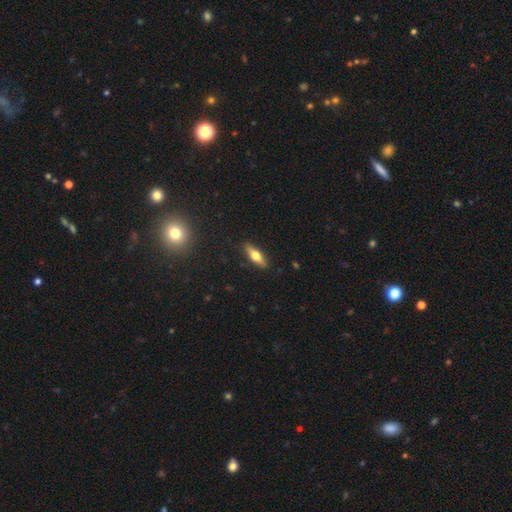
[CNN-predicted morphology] Overall: smooth (55%; featured or disk 38%). How rounded: in between (49%; cigar-shaped 48%). Merging: none (88%).